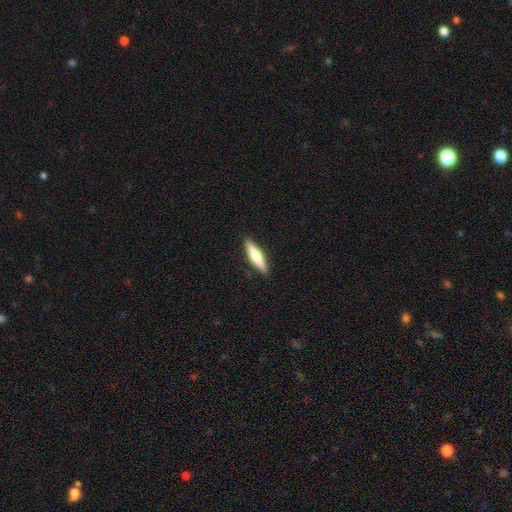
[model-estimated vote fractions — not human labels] Q: Smooth or featured?
A: smooth (52%); runner-up: featured or disk (43%)
Q: How rounded?
A: cigar-shaped (78%); runner-up: in between (20%)
Q: Merging?
A: none (90%); runner-up: minor disturbance (7%)